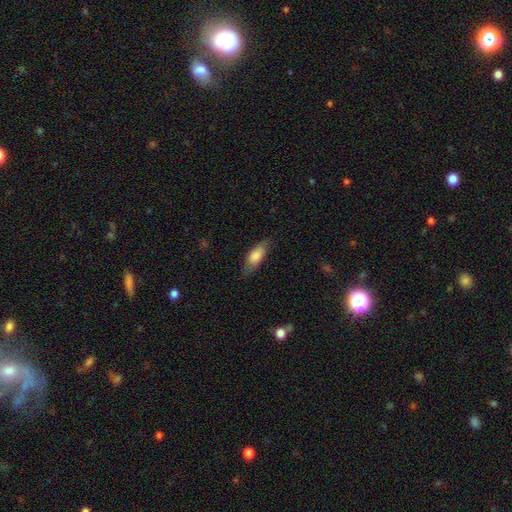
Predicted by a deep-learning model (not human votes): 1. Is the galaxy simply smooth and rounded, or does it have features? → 75% smooth, 18% featured or disk, 6% star or artifact.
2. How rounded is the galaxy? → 70% in between, 27% cigar-shaped, 3% round.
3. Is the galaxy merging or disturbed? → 75% none, 19% minor disturbance, 5% major disturbance, 1% merger.